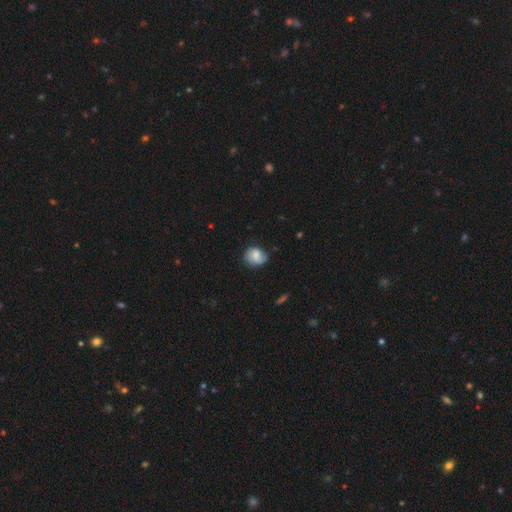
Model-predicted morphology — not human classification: Smooth or featured?
  - smooth: 68% *
  - featured or disk: 24%
  - star or artifact: 8%
How rounded?
  - round: 54% *
  - in between: 45%
  - cigar-shaped: 1%
Merging?
  - none: 63% *
  - minor disturbance: 28%
  - major disturbance: 7%
  - merger: 2%